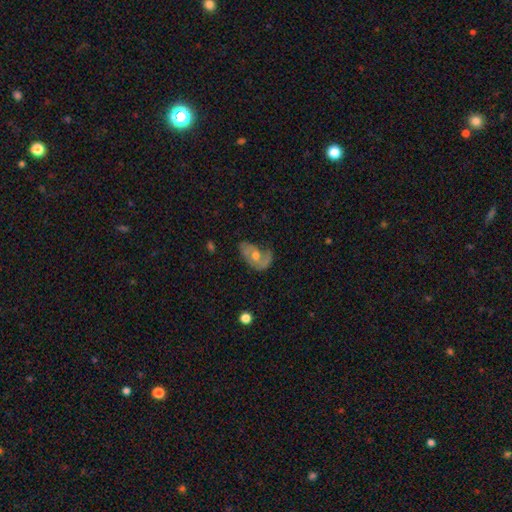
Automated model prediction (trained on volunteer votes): smooth-or-featured: featured or disk: 62% | smooth: 30% | star or artifact: 8%
  disk-edge-on: no: 95% | yes: 5%
    bar: no: 77% | weak: 19% | strong: 5%
    has-spiral-arms: yes: 66% | no: 34%
    bulge-size: moderate: 68% | small: 24% | large: 5% | none: 2% | dominant: 1%
  merging: none: 39% | minor disturbance: 29% | major disturbance: 29% | merger: 3%